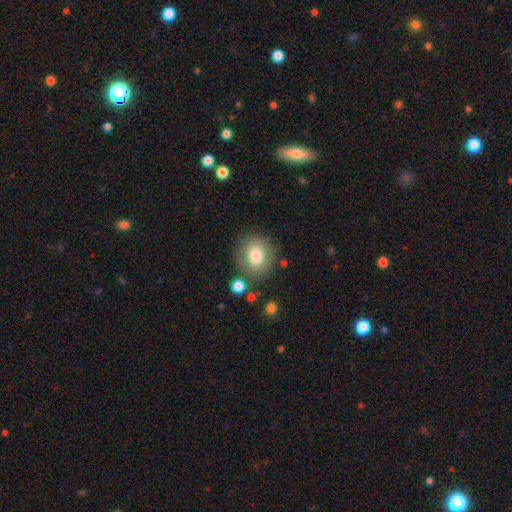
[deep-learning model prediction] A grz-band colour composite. It shows a smooth galaxy with no disk features (78%) that is round (79%). Merging: none (79%).